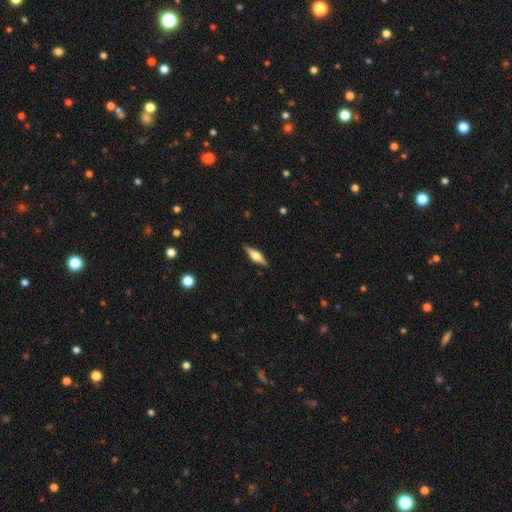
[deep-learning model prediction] Smooth or featured? Predicted: featured or disk (p=0.65). Edge-on disk? Predicted: yes (p=0.96). Edge-on bulge? Predicted: rounded (p=0.91). Merging? Predicted: none (p=0.89).